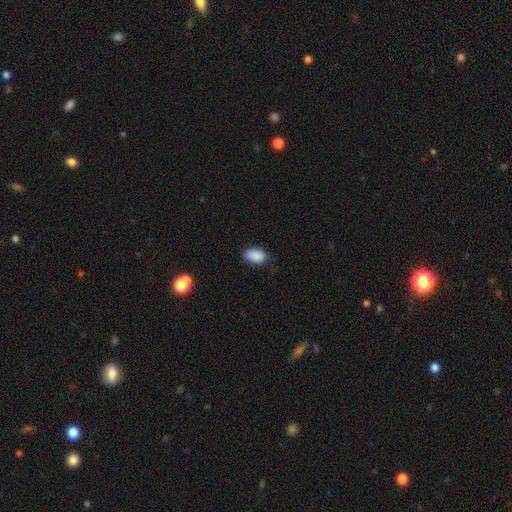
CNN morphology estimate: Overall: smooth (88%). How rounded: in between (87%). Merging: none (76%).